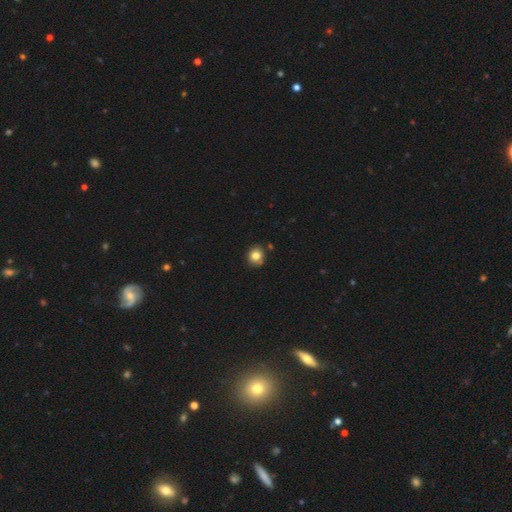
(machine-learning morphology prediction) type=smooth (81%); roundness=round (83%); merging=none (82%).